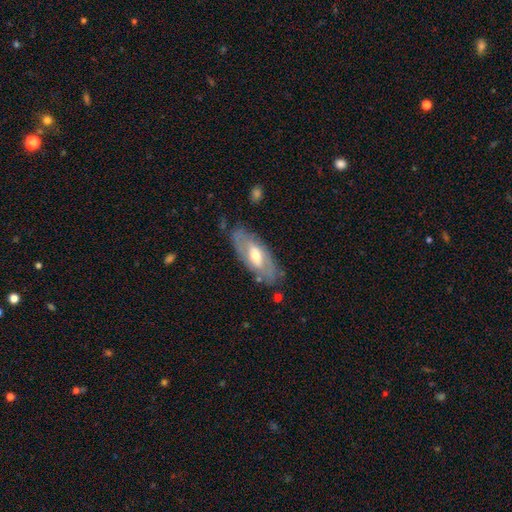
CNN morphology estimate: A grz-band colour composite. It shows a featured or disk galaxy (57%). Merging: none (76%).